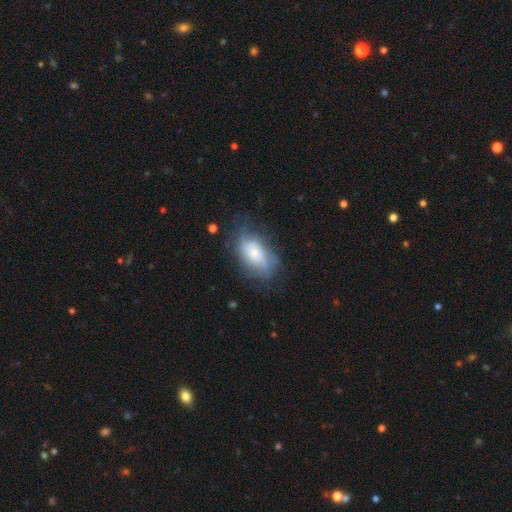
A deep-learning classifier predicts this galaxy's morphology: The model was most divided on "smooth or featured": smooth: 51%, featured or disk: 39%, star or artifact: 10%. More confident: how rounded — in between (90%); merging — none (64%).